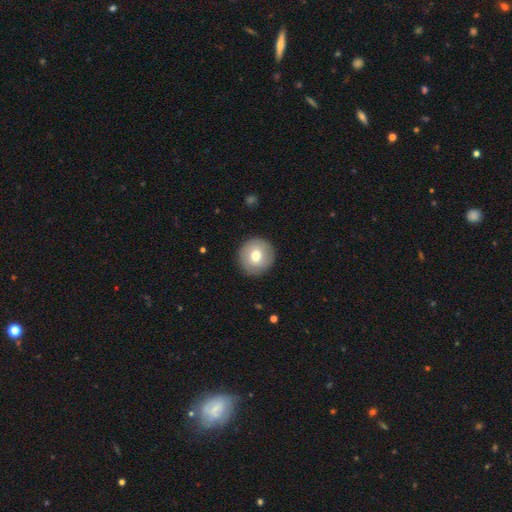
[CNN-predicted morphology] type=smooth (73%); roundness=round (95%); merging=none (91%).